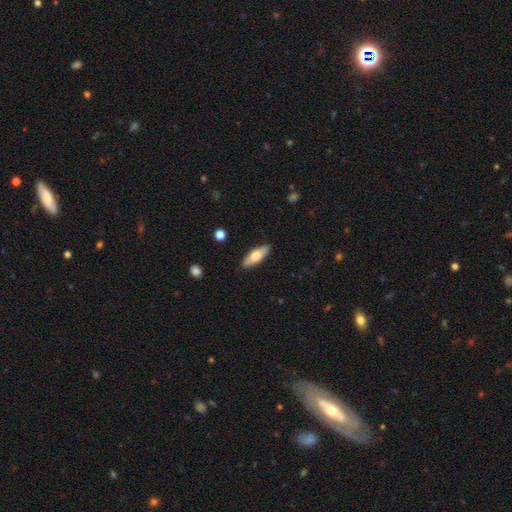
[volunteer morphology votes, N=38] This appears to be a smooth galaxy with no disk features (63%) that is in between round and cigar-shaped (71%). Merging: none (86%).